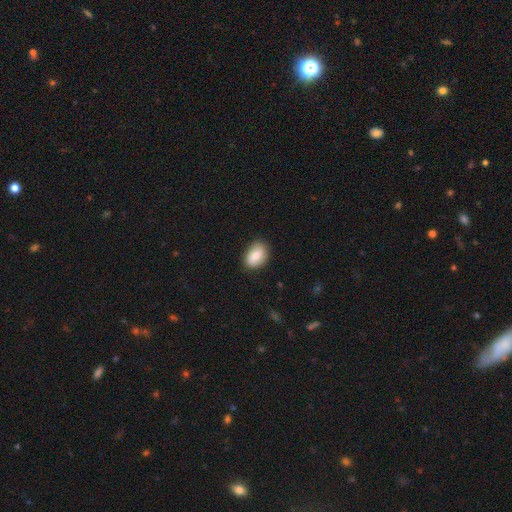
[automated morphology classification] This appears to be a smooth galaxy with no disk features (77%) that is in between round and cigar-shaped (82%). Merging: none (84%).